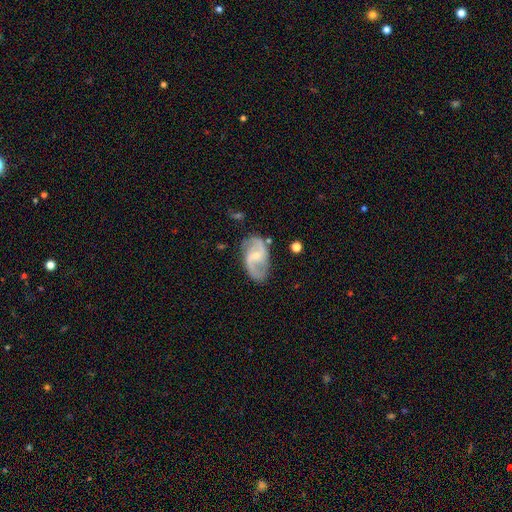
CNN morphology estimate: A featured or disk galaxy (84%) with a weak bar (51%), 2 (90%) medium (50%) spiral arms (96%) and a small central bulge (62%).

Vote fractions:
- Smooth or featured? featured or disk: 84% / smooth: 10% / star or artifact: 5%
- Edge-on disk? no: 97% / yes: 3%
- Bar? weak: 51% / no: 37% / strong: 12%
- Spiral arms? yes: 96% / no: 4%
- Spiral winding? medium: 50% / loose: 34% / tight: 16%
- Spiral arm count? 2: 90% / can't tell: 4% / 3: 2% / 1: 2% / 4: 1% / more than 4: 1%
- Bulge size? small: 62% / moderate: 30% / none: 5% / large: 2% / dominant: 1%
- Merging? none: 75% / minor disturbance: 17% / major disturbance: 6% / merger: 2%